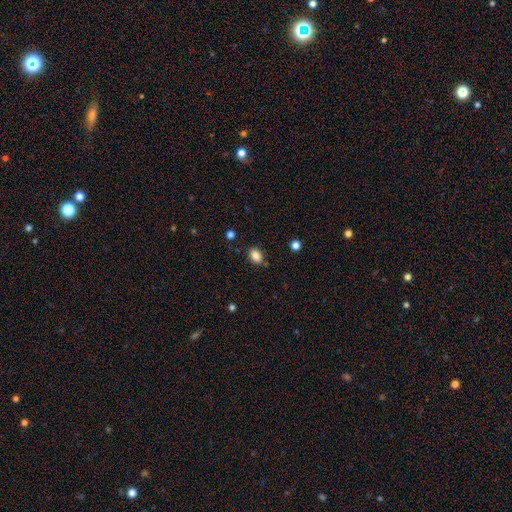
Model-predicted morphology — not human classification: Smooth or featured? smooth (86%)
How rounded? in between (73%)
Merging? none (82%)